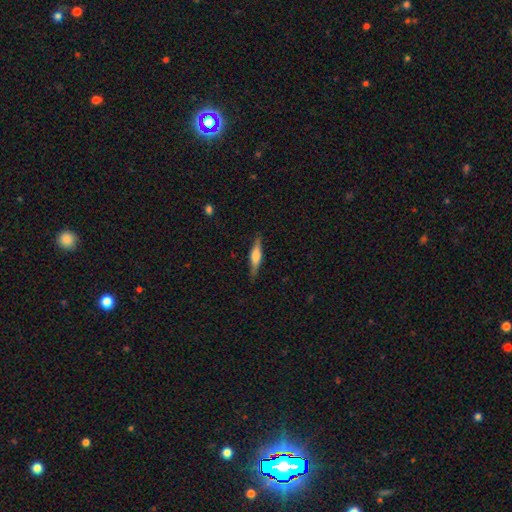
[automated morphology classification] featured or disk 50%, smooth 44%, star or artifact 6%. Down the decision tree: merging — none (83%).